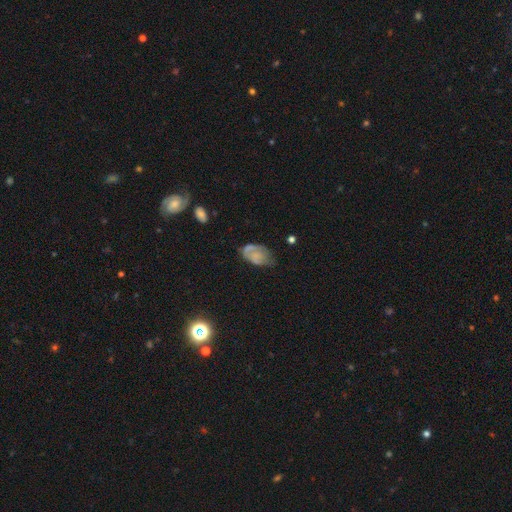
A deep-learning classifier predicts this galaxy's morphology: smooth-or-featured: smooth: 52% | featured or disk: 38% | star or artifact: 10%
  how-rounded: in between: 90% | round: 8% | cigar-shaped: 2%
  merging: none: 42% | minor disturbance: 36% | major disturbance: 19% | merger: 3%